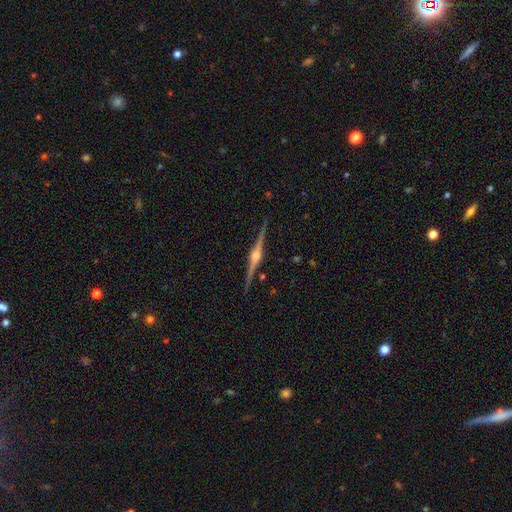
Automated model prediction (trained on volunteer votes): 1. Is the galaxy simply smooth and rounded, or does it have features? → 90% featured or disk, 5% star or artifact, 5% smooth.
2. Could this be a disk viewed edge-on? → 99% yes, 1% no.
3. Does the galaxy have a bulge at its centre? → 93% rounded, 6% boxy, 2% none.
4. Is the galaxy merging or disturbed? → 91% none, 7% minor disturbance, 1% major disturbance, 1% merger.